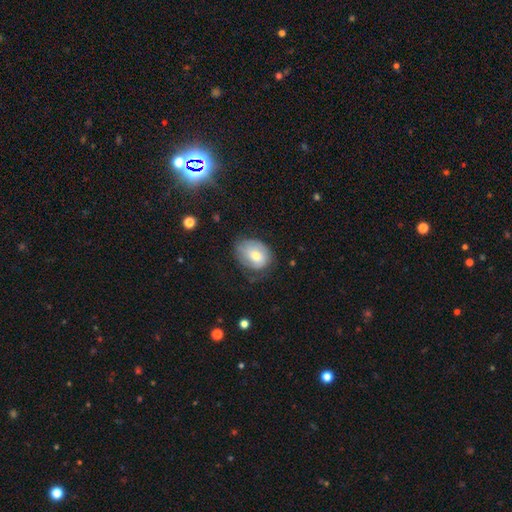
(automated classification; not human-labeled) smooth_or_featured: smooth (p=0.54) [alt: featured or disk p=0.38]
how_rounded: in between (p=0.61) [alt: round p=0.38]
merging: none (p=0.52) [alt: minor disturbance p=0.30]